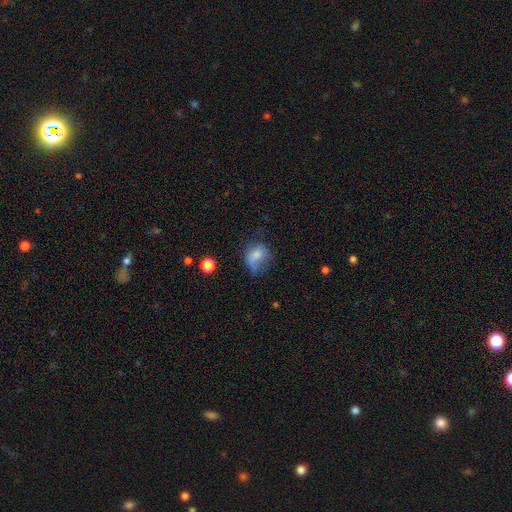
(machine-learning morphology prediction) smooth 72%, featured or disk 18%, star or artifact 11%. Down the decision tree: how rounded — in between (57%); merging — minor disturbance (34%).